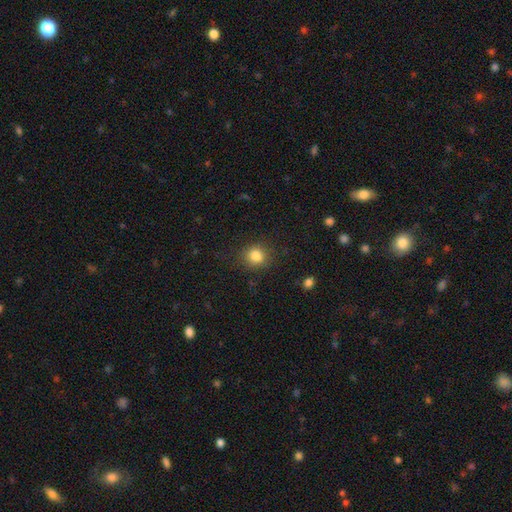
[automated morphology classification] A smooth galaxy with no disk features (84%) that is round (83%).

Vote fractions:
- Smooth or featured? smooth: 84% / star or artifact: 11% / featured or disk: 5%
- How rounded? round: 83% / in between: 16% / cigar-shaped: 1%
- Merging? none: 84% / minor disturbance: 11% / major disturbance: 4% / merger: 1%